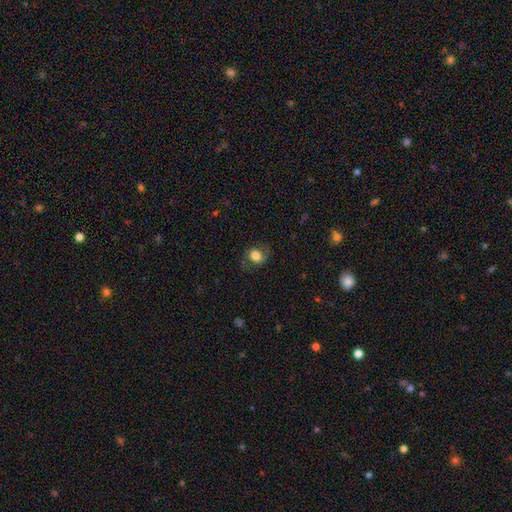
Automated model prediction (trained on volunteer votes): A smooth galaxy with no disk features (64%) that is round (56%). Merging: none (69%).